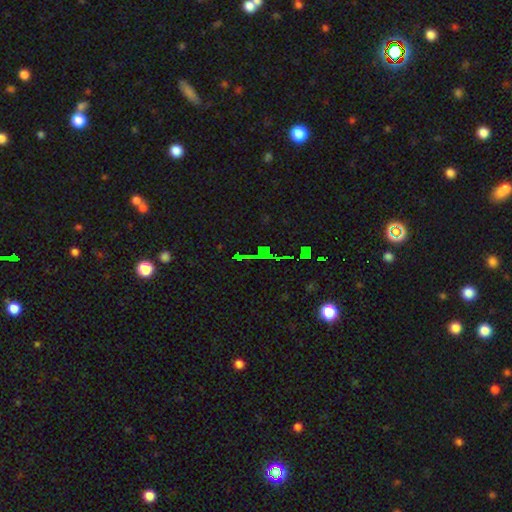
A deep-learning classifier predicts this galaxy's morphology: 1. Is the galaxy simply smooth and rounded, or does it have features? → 61% star or artifact, 25% smooth, 14% featured or disk.